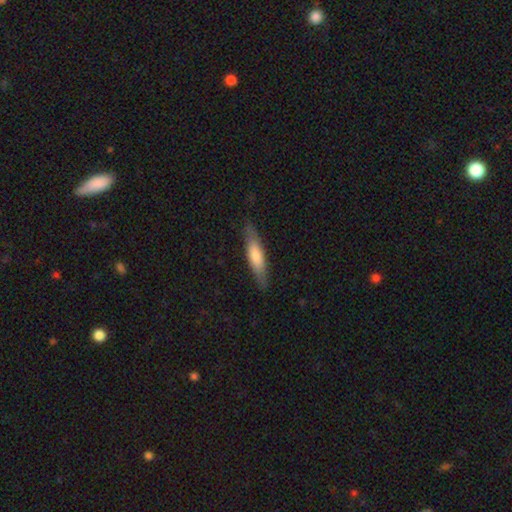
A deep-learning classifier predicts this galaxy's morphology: This appears to be a smooth galaxy with no disk features (65%) that is cigar-shaped (78%). Merging: none (84%).